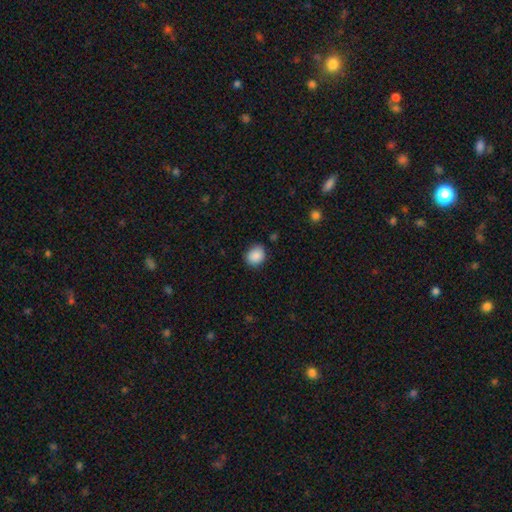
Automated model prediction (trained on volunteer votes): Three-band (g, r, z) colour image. It shows a smooth galaxy with no disk features (88%) that is round (67%). Merging: none (82%).